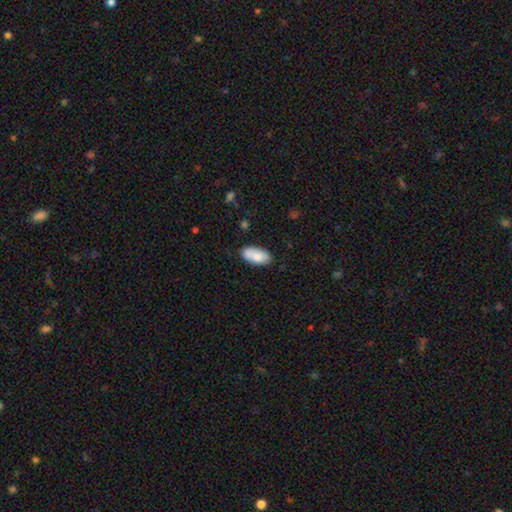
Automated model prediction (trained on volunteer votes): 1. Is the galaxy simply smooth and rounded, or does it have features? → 81% smooth, 12% featured or disk, 7% star or artifact.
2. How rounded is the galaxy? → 90% in between, 7% cigar-shaped, 2% round.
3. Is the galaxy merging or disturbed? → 74% none, 16% minor disturbance, 7% merger, 3% major disturbance.